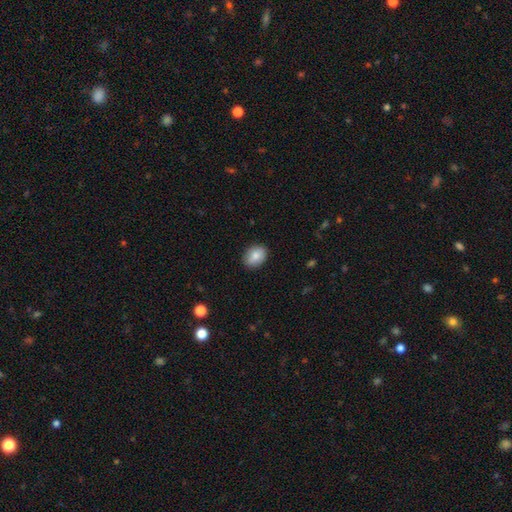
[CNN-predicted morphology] type=smooth (84%); roundness=in between (75%); merging=none (87%).